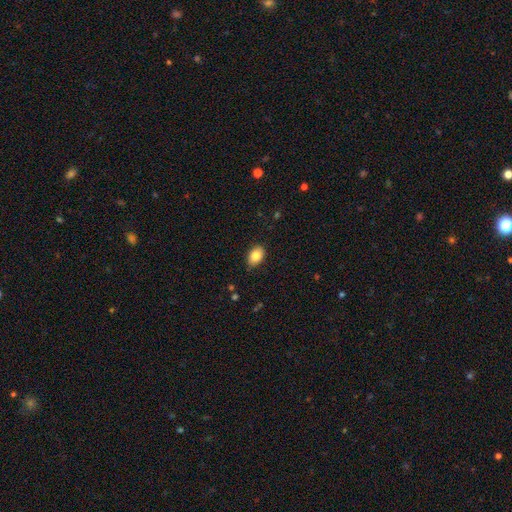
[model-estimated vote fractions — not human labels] A smooth galaxy with no disk features (84%) that is in between round and cigar-shaped (84%). Merging: none (82%).